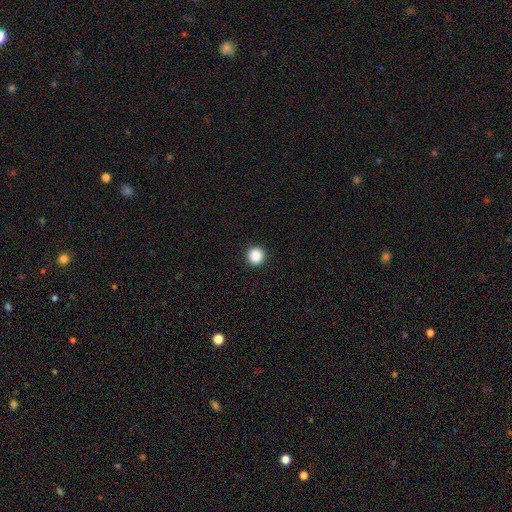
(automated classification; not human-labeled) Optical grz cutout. It shows a smooth galaxy with no disk features (88%) that is round (94%). Merging: none (93%).